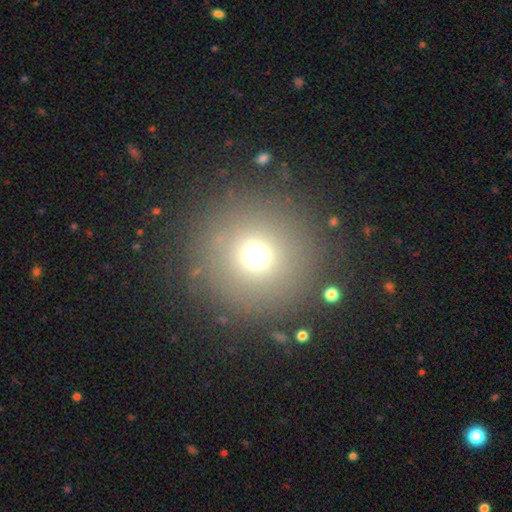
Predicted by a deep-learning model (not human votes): Q: Smooth or featured?
A: smooth (68%); runner-up: star or artifact (22%)
Q: How rounded?
A: round (96%); runner-up: in between (3%)
Q: Merging?
A: none (87%); runner-up: minor disturbance (6%)